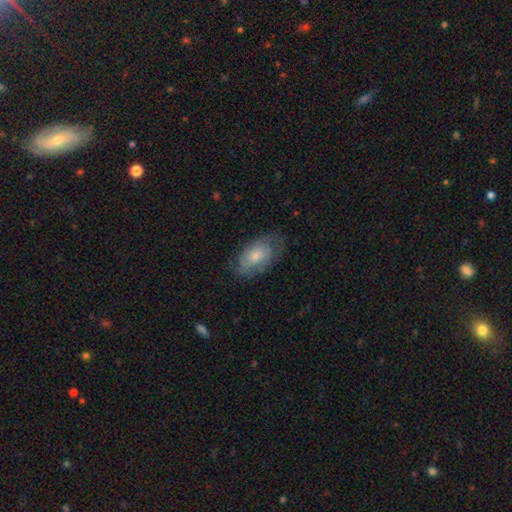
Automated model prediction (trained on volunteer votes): Overall: smooth (58%; featured or disk 35%). How rounded: in between (91%). Merging: none (65%).